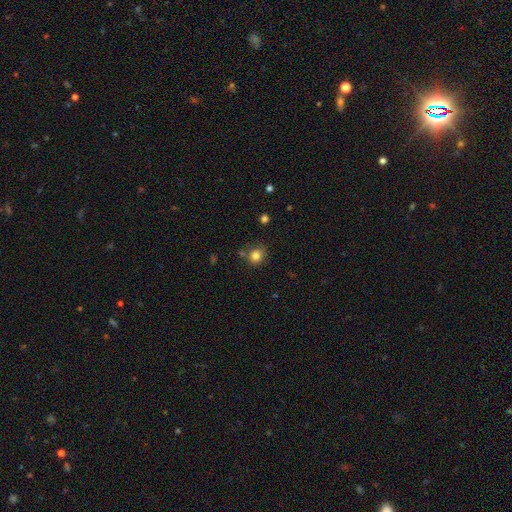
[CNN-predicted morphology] smooth_or_featured: smooth (p=0.81) [alt: star or artifact p=0.12]
how_rounded: round (p=0.83) [alt: in between p=0.16]
merging: none (p=0.73) [alt: minor disturbance p=0.15]